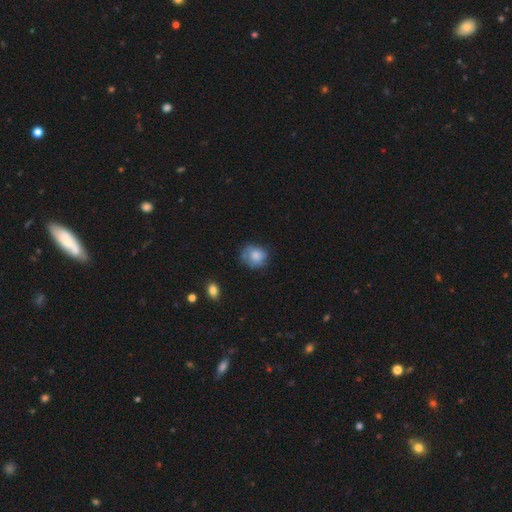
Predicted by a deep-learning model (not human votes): A smooth galaxy with no disk features (72%) that is round (67%).

Vote fractions:
- Smooth or featured? smooth: 72% / featured or disk: 20% / star or artifact: 8%
- How rounded? round: 67% / in between: 32% / cigar-shaped: 1%
- Merging? none: 60% / minor disturbance: 28% / major disturbance: 10% / merger: 2%